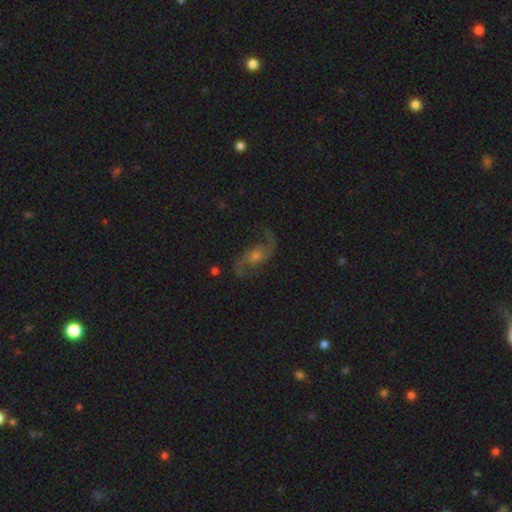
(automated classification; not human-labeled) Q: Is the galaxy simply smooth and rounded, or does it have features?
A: featured or disk — 84%.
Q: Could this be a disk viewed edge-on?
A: no — 97%.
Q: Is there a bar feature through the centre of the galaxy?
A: no — 62%.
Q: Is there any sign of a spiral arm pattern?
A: yes — 95%.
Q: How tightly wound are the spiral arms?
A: loose — 71%.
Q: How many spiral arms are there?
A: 2 — 93%.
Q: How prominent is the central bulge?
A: small — 58%.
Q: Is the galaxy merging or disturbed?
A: none — 73%.